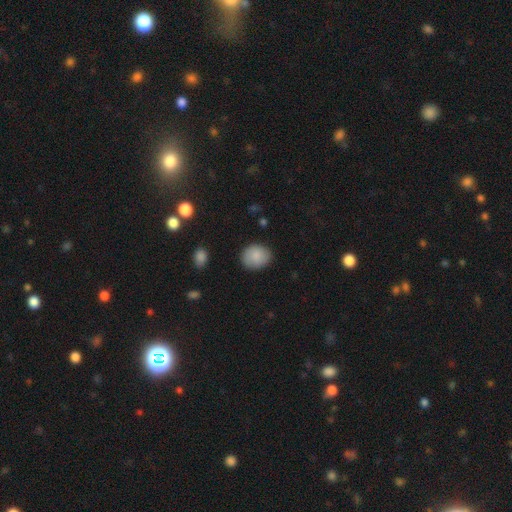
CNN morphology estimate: Smooth or featured?
  - smooth: 85% *
  - featured or disk: 8%
  - star or artifact: 7%
How rounded?
  - round: 65% *
  - in between: 34%
  - cigar-shaped: 1%
Merging?
  - none: 82% *
  - minor disturbance: 13%
  - major disturbance: 3%
  - merger: 1%